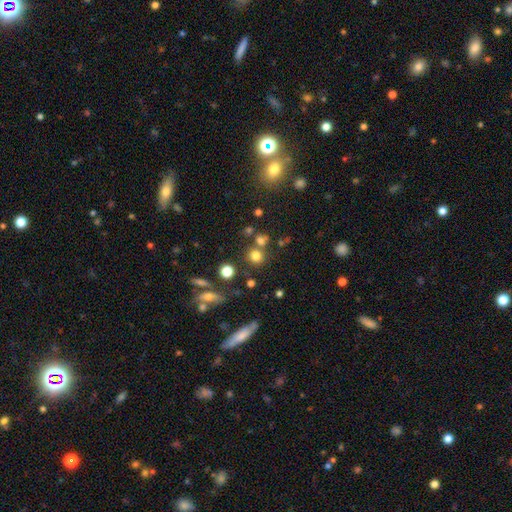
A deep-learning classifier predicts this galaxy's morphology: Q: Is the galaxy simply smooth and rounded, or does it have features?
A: smooth — 73%.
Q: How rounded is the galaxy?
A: round — 88%.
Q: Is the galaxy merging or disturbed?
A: none — 69%.